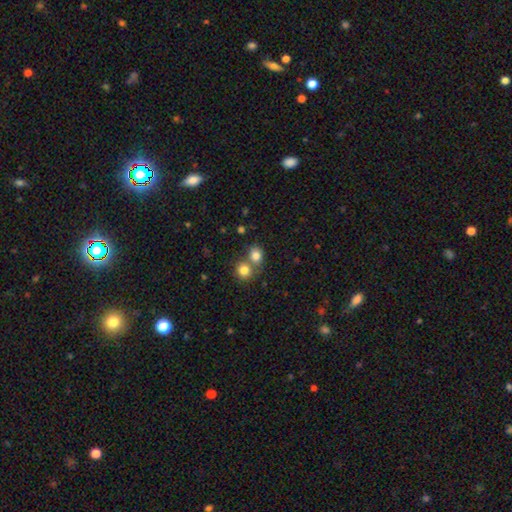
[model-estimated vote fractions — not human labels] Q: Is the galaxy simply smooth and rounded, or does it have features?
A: smooth — 81%.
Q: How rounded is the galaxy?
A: round — 70%.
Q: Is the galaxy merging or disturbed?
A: merger — 46%.